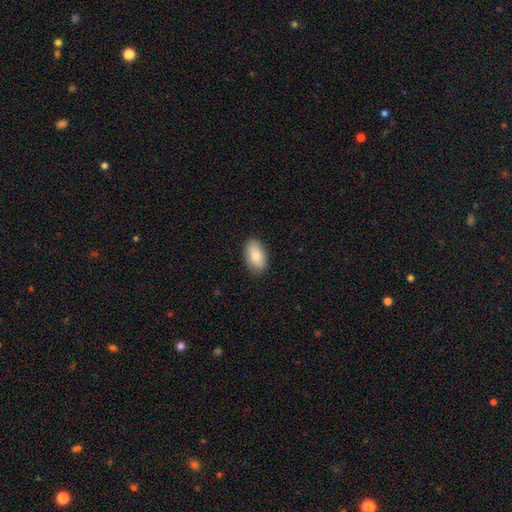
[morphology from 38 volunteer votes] Smooth or featured? 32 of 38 (84%) said smooth. How rounded? 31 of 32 (97%) said in between. Merging? 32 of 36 (89%) said none.